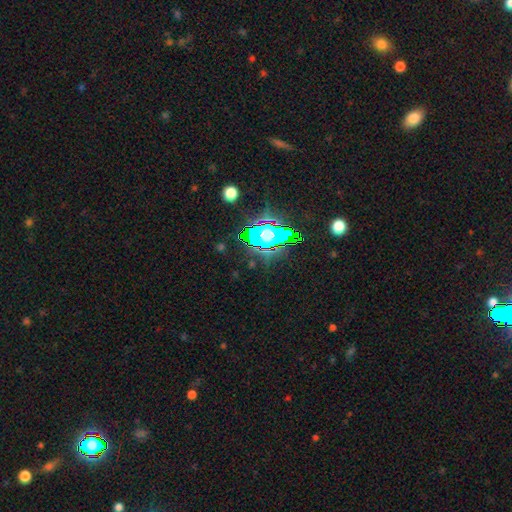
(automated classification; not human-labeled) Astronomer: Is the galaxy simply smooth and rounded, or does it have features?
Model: star or artifact — 80%.